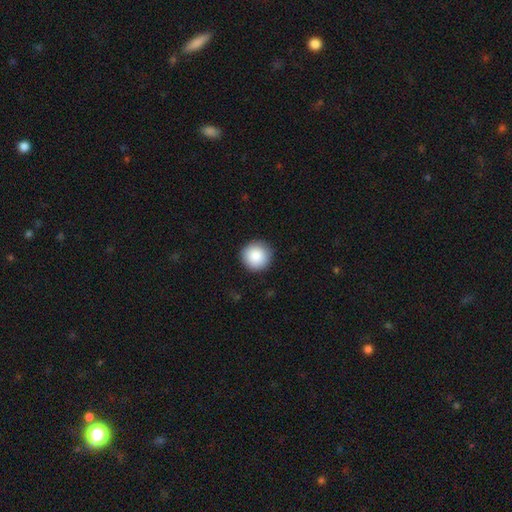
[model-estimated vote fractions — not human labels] The model was most divided on "smooth or featured": smooth: 88%, star or artifact: 8%, featured or disk: 4%. More confident: how rounded — round (95%); merging — none (91%).